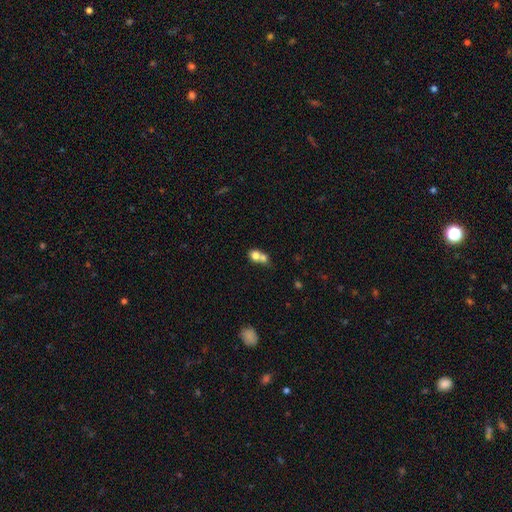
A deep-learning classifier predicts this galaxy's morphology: smooth_or_featured: smooth (p=0.73) [alt: featured or disk p=0.17]
how_rounded: round (p=0.62) [alt: in between p=0.36]
merging: merger (p=0.68) [alt: none p=0.23]